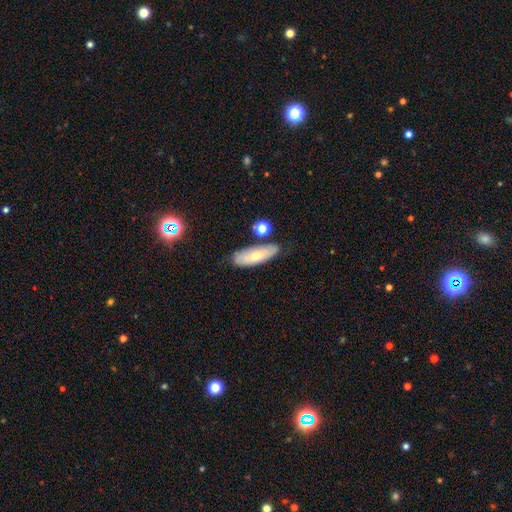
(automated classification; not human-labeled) This is likely a smooth galaxy (62%). How rounded: likely in between (63%). Merging: likely none (72%).